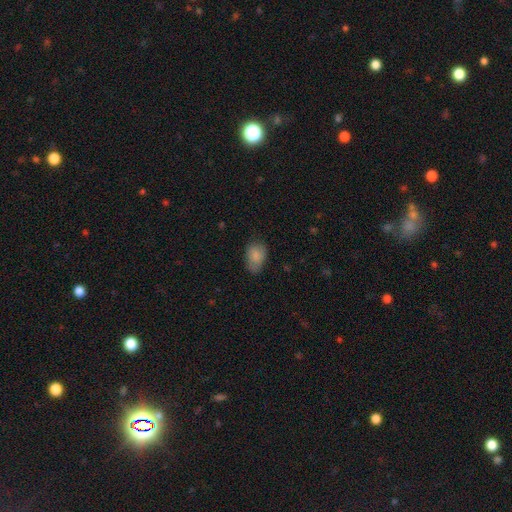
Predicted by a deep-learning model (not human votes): The model was most divided on "merging": none: 68%, minor disturbance: 25%, major disturbance: 5%, merger: 1%. More confident: how rounded — in between (87%); smooth or featured — smooth (84%).